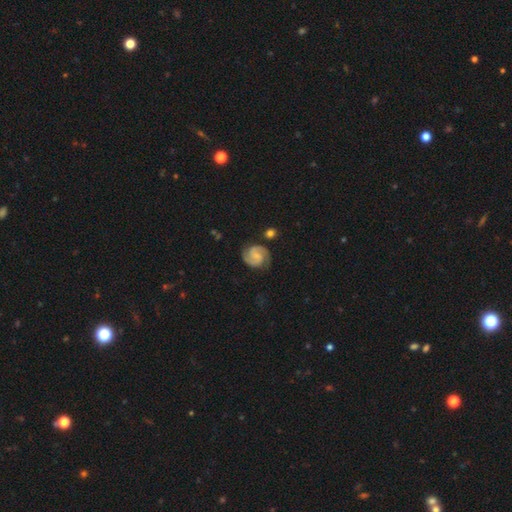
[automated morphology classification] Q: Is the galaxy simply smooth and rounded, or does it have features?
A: featured or disk — 83%.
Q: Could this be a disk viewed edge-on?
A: no — 98%.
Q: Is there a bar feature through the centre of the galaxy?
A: weak — 48%.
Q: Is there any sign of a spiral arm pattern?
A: yes — 97%.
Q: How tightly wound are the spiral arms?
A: medium — 48%.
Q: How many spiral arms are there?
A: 2 — 90%.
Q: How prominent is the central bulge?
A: small — 43%.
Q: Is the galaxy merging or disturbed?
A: none — 78%.